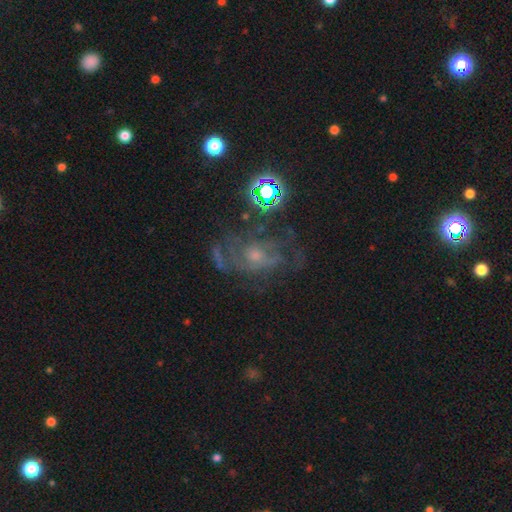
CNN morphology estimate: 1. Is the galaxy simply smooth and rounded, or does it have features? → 60% featured or disk, 25% star or artifact, 15% smooth.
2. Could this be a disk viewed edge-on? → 94% no, 6% yes.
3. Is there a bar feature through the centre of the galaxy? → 71% no, 23% weak, 6% strong.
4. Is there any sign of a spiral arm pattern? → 77% yes, 23% no.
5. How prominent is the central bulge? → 59% small, 33% moderate, 4% none, 3% large, 1% dominant.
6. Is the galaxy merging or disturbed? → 67% none, 16% minor disturbance, 13% major disturbance, 4% merger.